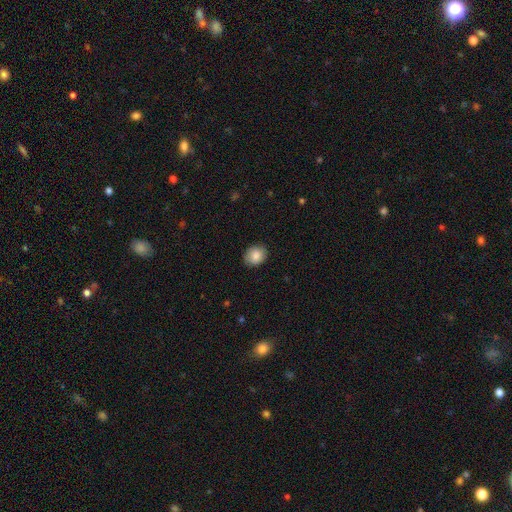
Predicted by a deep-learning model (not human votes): smooth 85%, featured or disk 8%, star or artifact 8%. Down the decision tree: how rounded — round (53%); merging — none (86%).